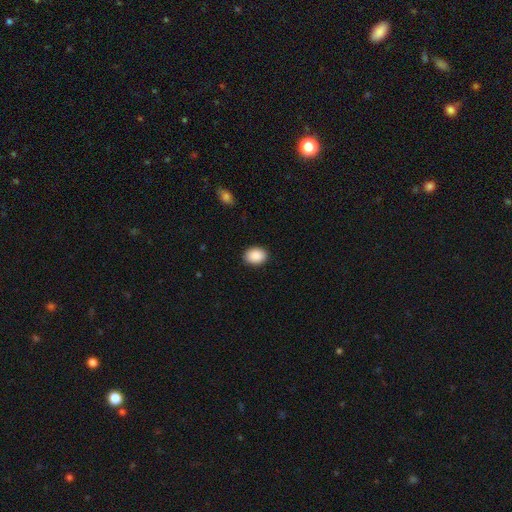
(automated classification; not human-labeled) This appears to be a smooth galaxy with no disk features (90%) that is in between round and cigar-shaped (70%). Merging: none (90%).